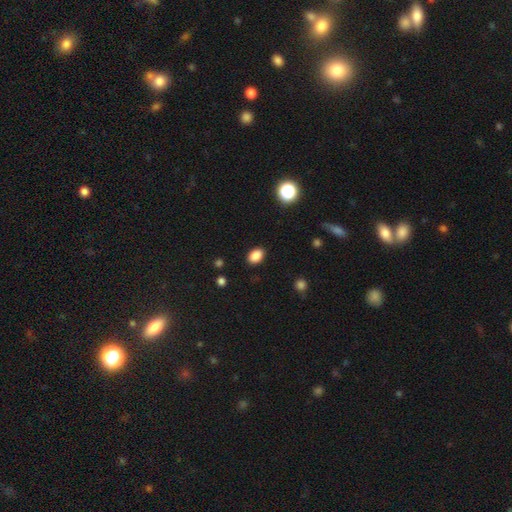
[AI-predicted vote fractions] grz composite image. It shows a smooth galaxy with no disk features (86%) that is in between round and cigar-shaped (80%). Merging: none (89%).